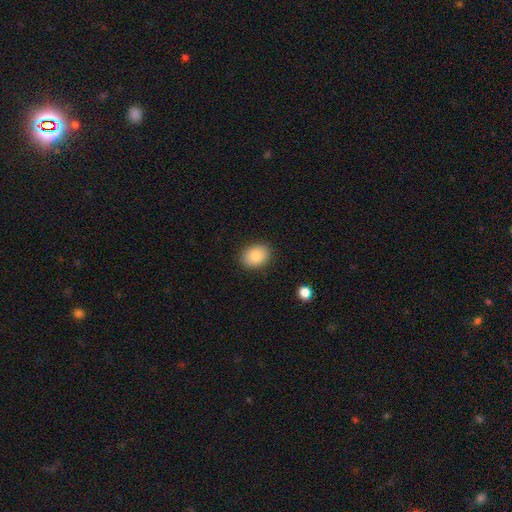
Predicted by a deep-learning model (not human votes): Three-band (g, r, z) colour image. It shows a smooth galaxy with no disk features (84%) that is in between round and cigar-shaped (65%). Merging: none (88%).